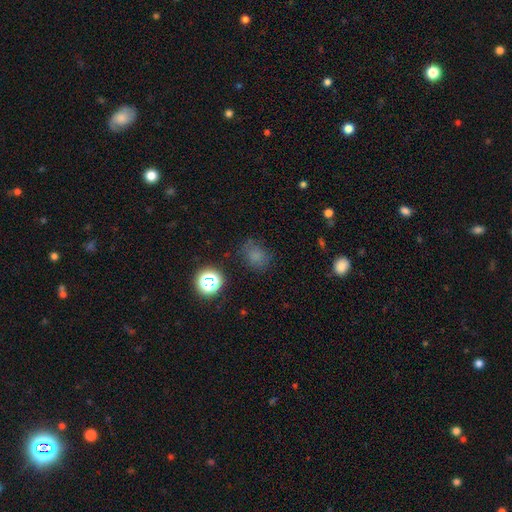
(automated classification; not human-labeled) This appears to be a smooth galaxy with no disk features (71%) that is round (60%). Merging: none (69%).